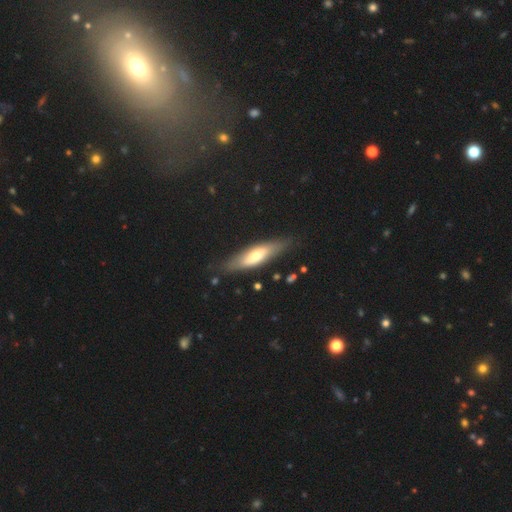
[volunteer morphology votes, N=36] smooth-or-featured: smooth: 64% | featured or disk: 36% | star or artifact: 0%
  how-rounded: cigar-shaped: 52% | in between: 48% | round: 0%
  merging: none: 100% | minor disturbance: 0% | major disturbance: 0% | merger: 0%